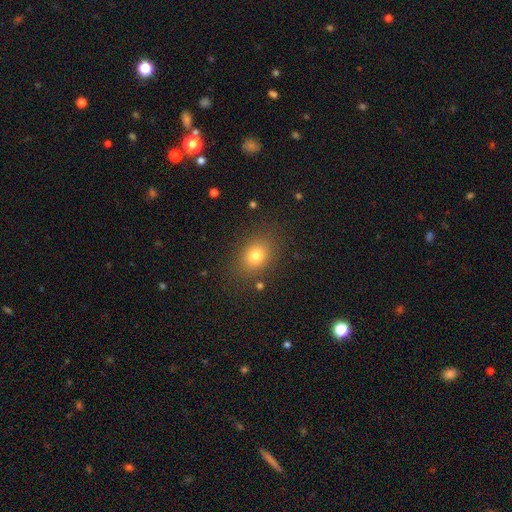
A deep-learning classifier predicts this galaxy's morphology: smooth_or_featured: smooth (p=0.77) [alt: star or artifact p=0.13]
how_rounded: in between (p=0.52) [alt: round p=0.47]
merging: none (p=0.84) [alt: minor disturbance p=0.10]